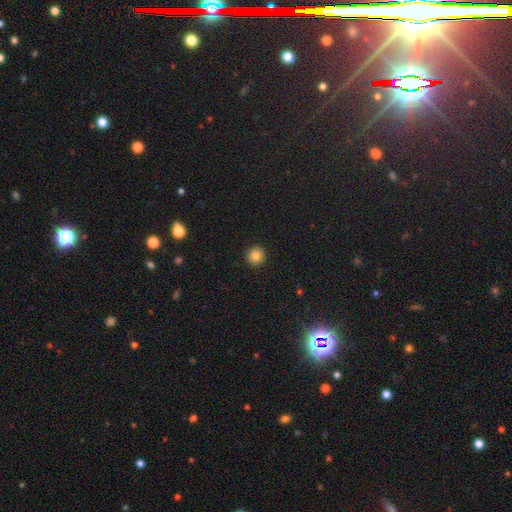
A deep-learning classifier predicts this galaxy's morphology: This is clearly a smooth galaxy (84%). How rounded: clearly round (95%). Merging: clearly none (93%).